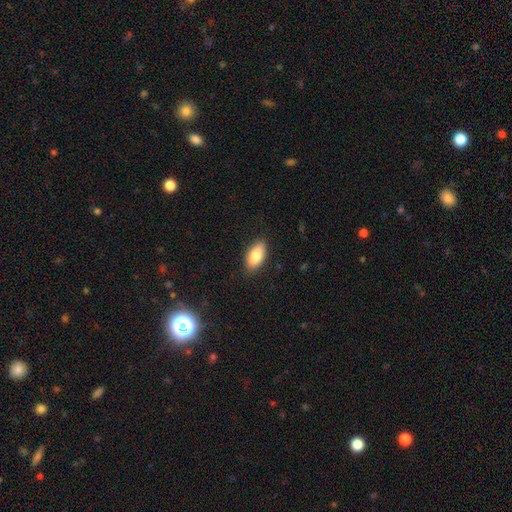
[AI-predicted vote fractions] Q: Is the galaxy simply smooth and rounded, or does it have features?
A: smooth — 83%.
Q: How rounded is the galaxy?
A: in between — 91%.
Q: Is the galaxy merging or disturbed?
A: none — 87%.